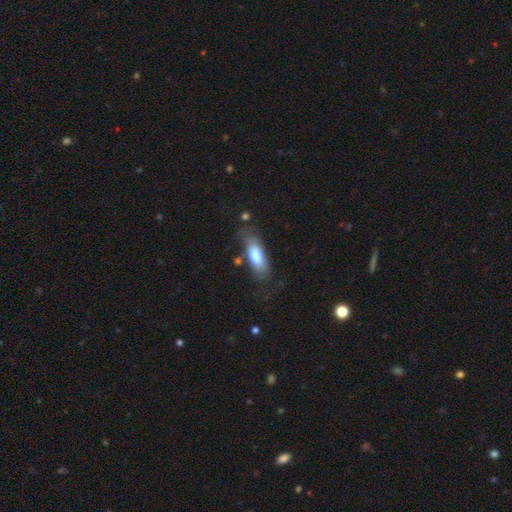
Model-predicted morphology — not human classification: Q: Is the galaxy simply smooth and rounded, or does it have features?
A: smooth — 73%.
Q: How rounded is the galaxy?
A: in between — 72%.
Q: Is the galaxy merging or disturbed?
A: none — 59%.